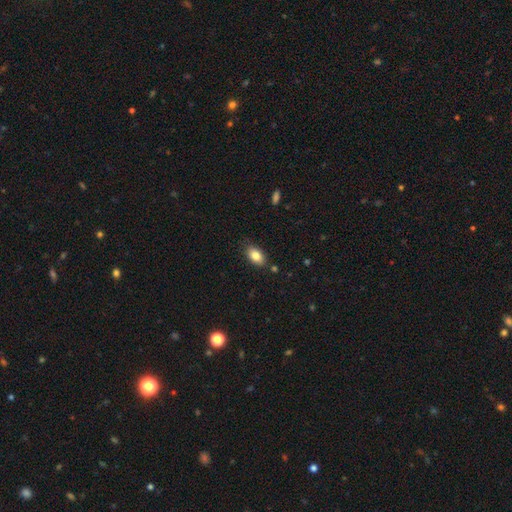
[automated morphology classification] smooth_or_featured: smooth (p=0.83) [alt: featured or disk p=0.10]
how_rounded: in between (p=0.92) [alt: round p=0.06]
merging: none (p=0.82) [alt: minor disturbance p=0.13]